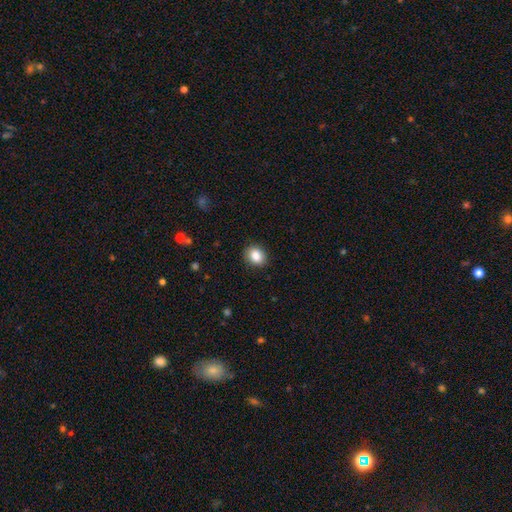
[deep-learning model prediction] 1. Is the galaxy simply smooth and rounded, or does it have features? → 87% smooth, 8% star or artifact, 5% featured or disk.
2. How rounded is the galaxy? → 50% in between, 49% round, 1% cigar-shaped.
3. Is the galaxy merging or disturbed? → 88% none, 9% minor disturbance, 2% major disturbance, 1% merger.